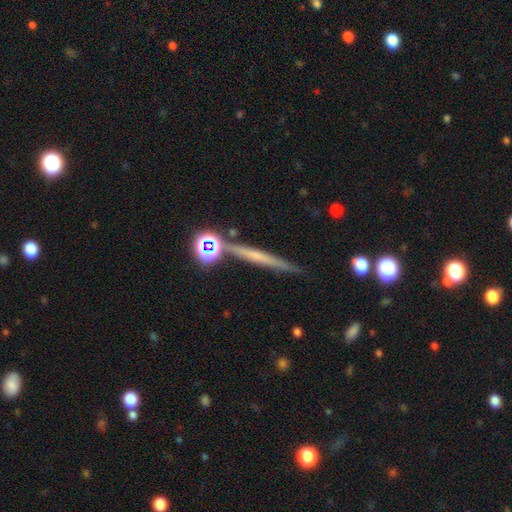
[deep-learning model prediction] The model was most divided on "smooth or featured": featured or disk: 48%, smooth: 38%, star or artifact: 14%. More confident: merging — none (81%).